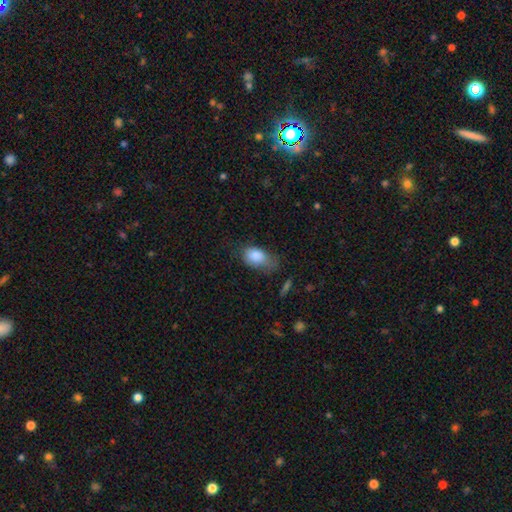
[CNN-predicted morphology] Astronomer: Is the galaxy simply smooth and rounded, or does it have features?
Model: smooth — 84%.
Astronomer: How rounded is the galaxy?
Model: in between — 87%.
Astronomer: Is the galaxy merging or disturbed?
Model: minor disturbance — 39% (runner-up: none, 38%).